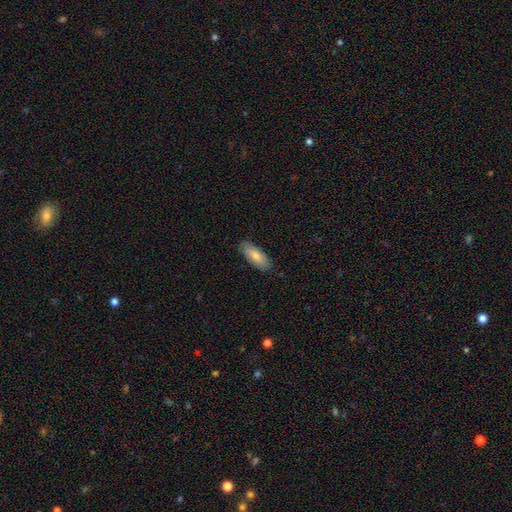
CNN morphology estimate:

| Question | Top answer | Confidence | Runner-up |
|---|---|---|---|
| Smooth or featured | smooth | 75% | featured or disk (19%) |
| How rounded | in between | 79% | cigar-shaped (19%) |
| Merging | none | 83% | minor disturbance (13%) |